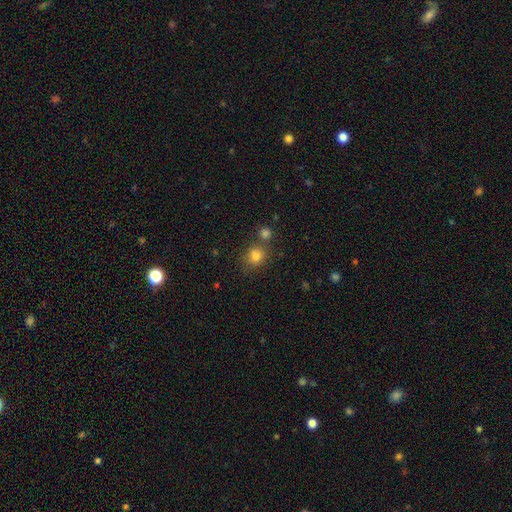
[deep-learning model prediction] Morphology: type=smooth (81%); roundness=round (76%); merging=none (64%).